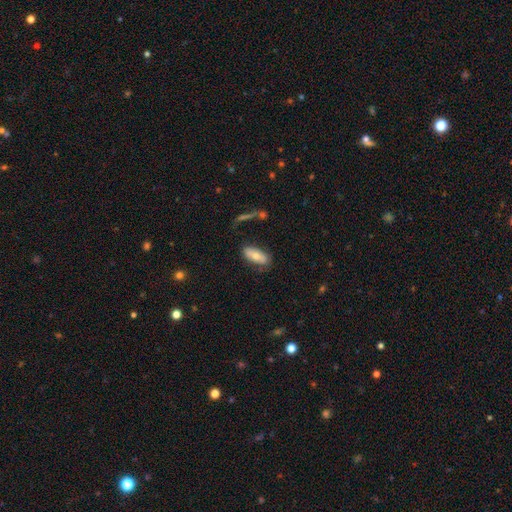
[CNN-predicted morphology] smooth_or_featured: smooth (p=0.65) [alt: featured or disk p=0.28]
how_rounded: in between (p=0.83) [alt: cigar-shaped p=0.14]
merging: none (p=0.71) [alt: minor disturbance p=0.19]